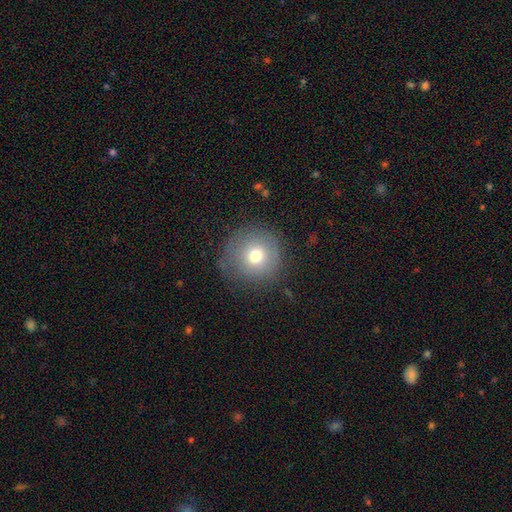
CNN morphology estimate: smooth-or-featured: smooth: 71% | featured or disk: 16% | star or artifact: 13%
  how-rounded: round: 94% | in between: 5% | cigar-shaped: 1%
  merging: none: 78% | minor disturbance: 14% | major disturbance: 6% | merger: 1%